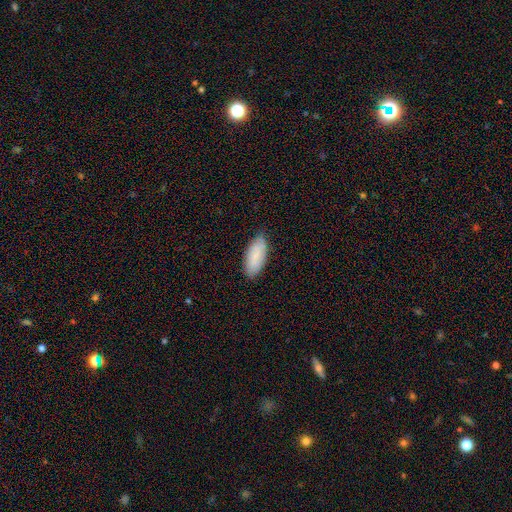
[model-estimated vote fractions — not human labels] A smooth galaxy with no disk features (84%) that is in between round and cigar-shaped (86%). Merging: none (83%).